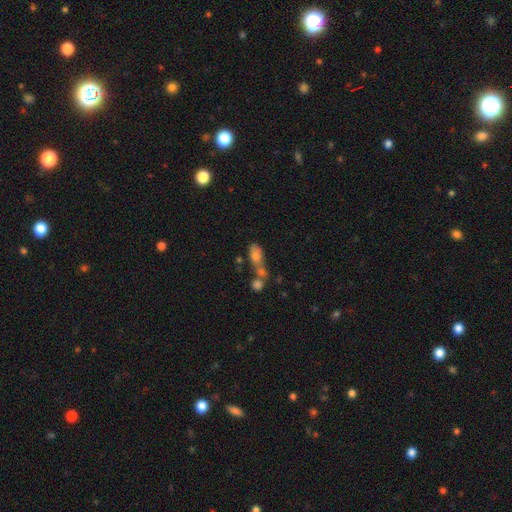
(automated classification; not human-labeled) This appears to be a smooth galaxy with no disk features (72%) that is in between round and cigar-shaped (83%). Merging: merger (49%).